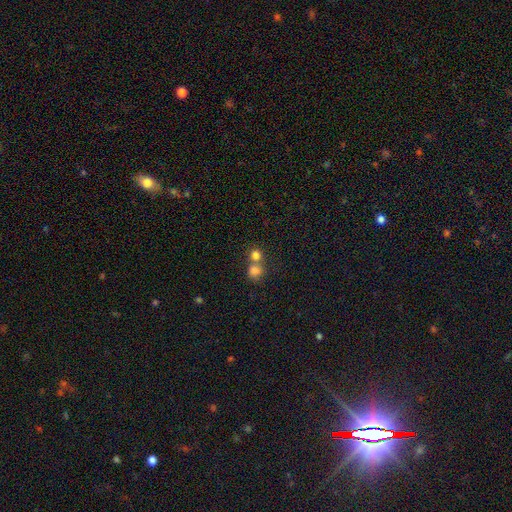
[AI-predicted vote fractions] Morphology: type=smooth (79%); roundness=round (83%); merging=merger (49%).